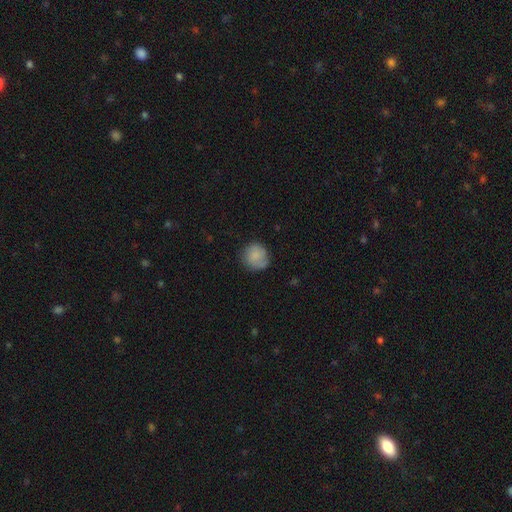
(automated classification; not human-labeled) Morphology: type=smooth (82%); roundness=round (88%); merging=none (70%).